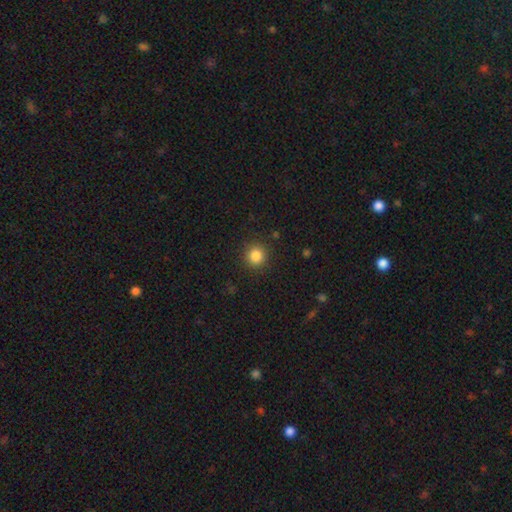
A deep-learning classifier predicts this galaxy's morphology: type=smooth (85%); roundness=round (92%); merging=none (90%).